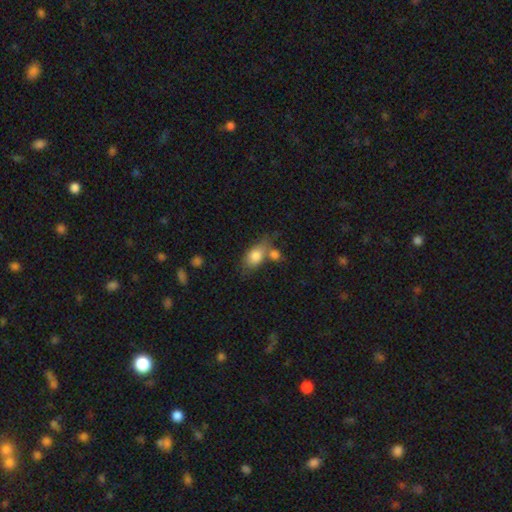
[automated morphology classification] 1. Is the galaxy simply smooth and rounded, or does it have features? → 79% smooth, 14% featured or disk, 7% star or artifact.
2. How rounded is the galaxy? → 81% in between, 15% round, 5% cigar-shaped.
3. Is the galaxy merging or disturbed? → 41% none, 32% merger, 18% minor disturbance, 9% major disturbance.